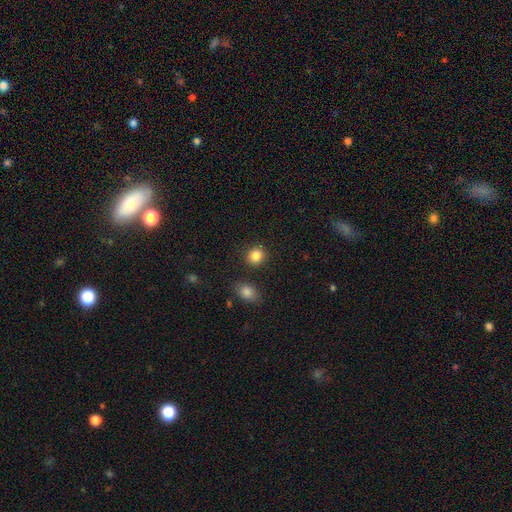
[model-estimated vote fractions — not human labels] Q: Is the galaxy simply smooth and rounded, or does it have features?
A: smooth — 86%.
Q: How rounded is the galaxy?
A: round — 84%.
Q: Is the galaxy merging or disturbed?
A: none — 87%.